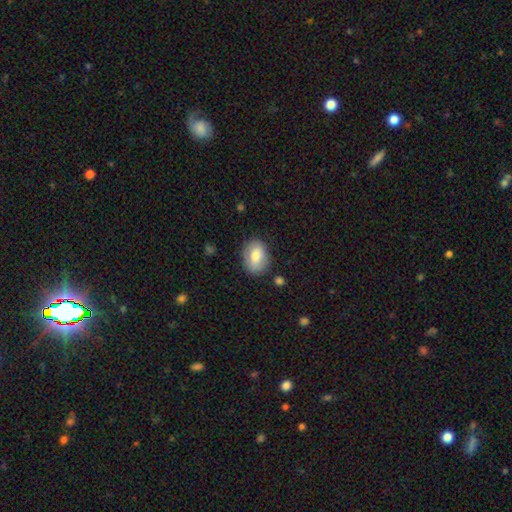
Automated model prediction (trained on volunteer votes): Overall: smooth (78%). How rounded: in between (76%). Merging: none (80%).